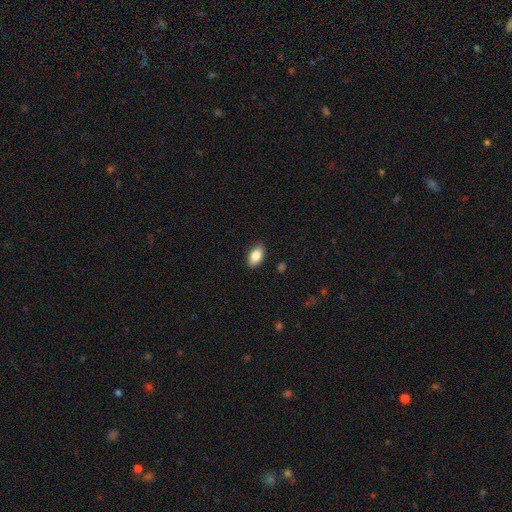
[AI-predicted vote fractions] smooth 85%, featured or disk 8%, star or artifact 7%. Down the decision tree: how rounded — in between (93%); merging — none (88%).